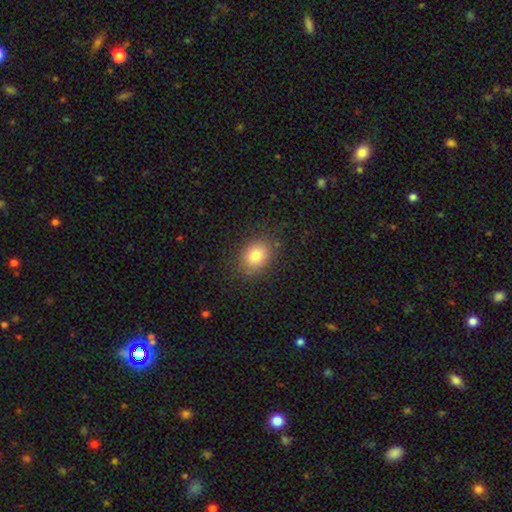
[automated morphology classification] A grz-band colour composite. It shows a smooth galaxy with no disk features (81%) that is in between round and cigar-shaped (56%). Merging: none (82%).